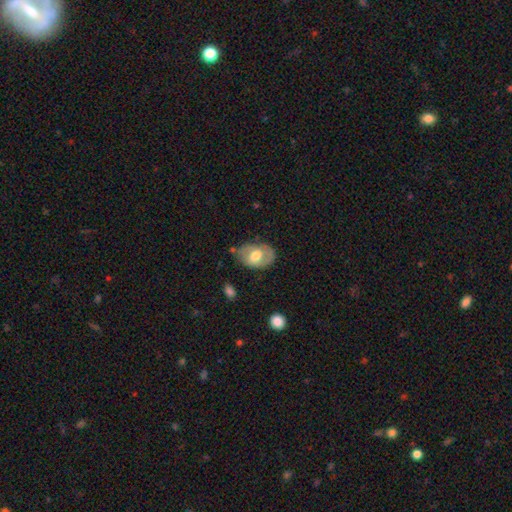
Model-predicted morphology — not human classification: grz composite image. It shows a smooth galaxy with no disk features (54%) that is in between round and cigar-shaped (84%). Merging: none (68%).